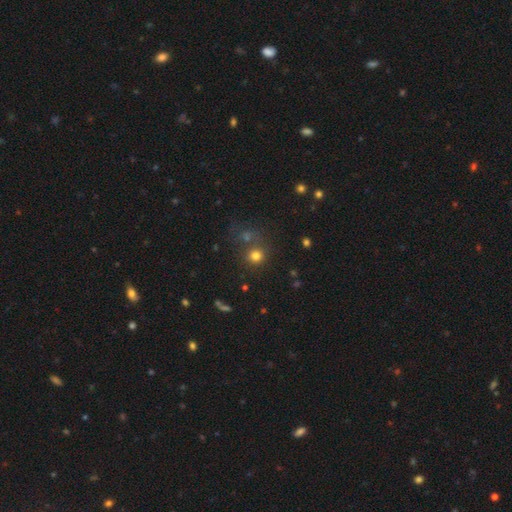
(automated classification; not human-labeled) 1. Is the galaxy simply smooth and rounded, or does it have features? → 75% smooth, 17% star or artifact, 8% featured or disk.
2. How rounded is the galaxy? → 88% round, 11% in between, 1% cigar-shaped.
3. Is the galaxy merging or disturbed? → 67% none, 18% merger, 10% minor disturbance, 5% major disturbance.